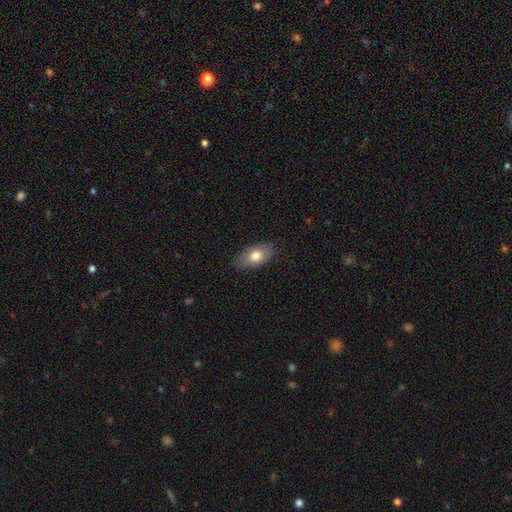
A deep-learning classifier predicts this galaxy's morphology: Smooth or featured? smooth (74%)
How rounded? in between (92%)
Merging? none (82%)